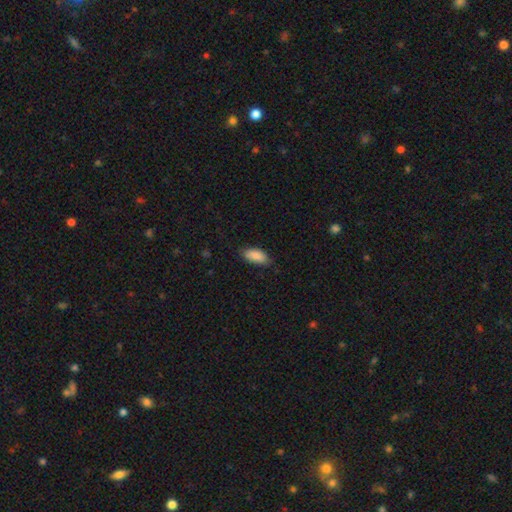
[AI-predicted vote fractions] This is clearly a smooth galaxy (88%). How rounded: clearly in between (90%). Merging: likely none (78%).